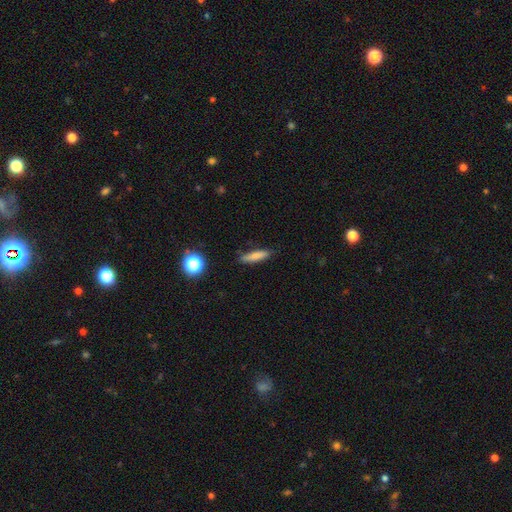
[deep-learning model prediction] This is likely a smooth galaxy (78%). How rounded: likely cigar-shaped (79%). Merging: clearly none (83%).